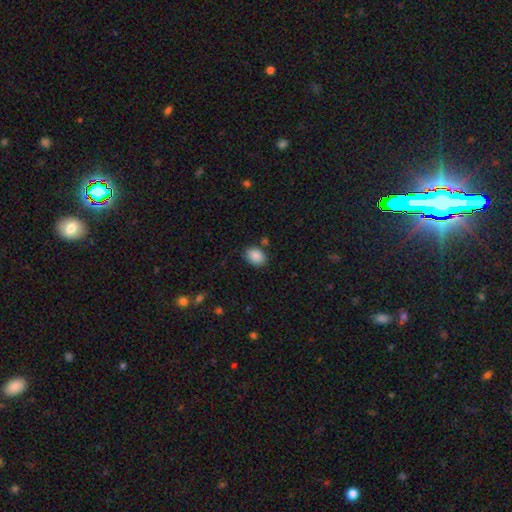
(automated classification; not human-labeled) Overall: smooth (89%). How rounded: in between (68%; round 31%). Merging: none (80%).